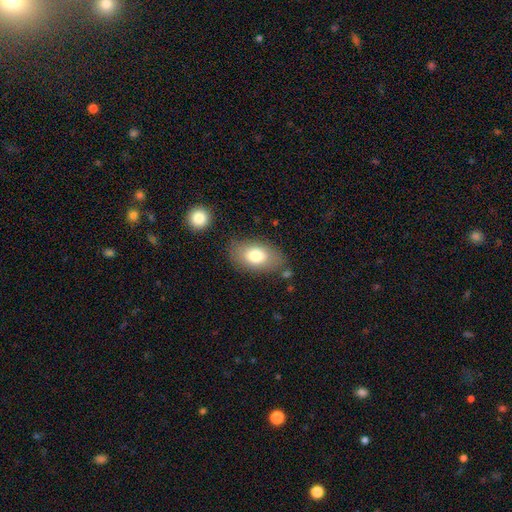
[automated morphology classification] Smooth or featured? smooth (77%)
How rounded? in between (89%)
Merging? none (77%)